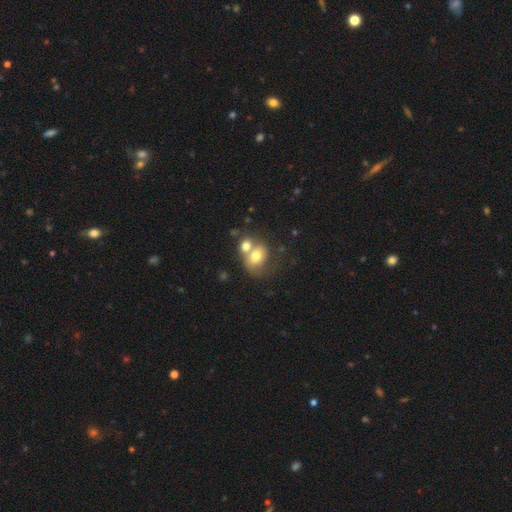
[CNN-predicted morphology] A smooth galaxy with no disk features (68%) that is in between round and cigar-shaped (56%).

Vote fractions:
- Smooth or featured? smooth: 68% / featured or disk: 23% / star or artifact: 9%
- How rounded? in between: 56% / round: 43% / cigar-shaped: 1%
- Merging? merger: 62% / none: 21% / minor disturbance: 9% / major disturbance: 7%